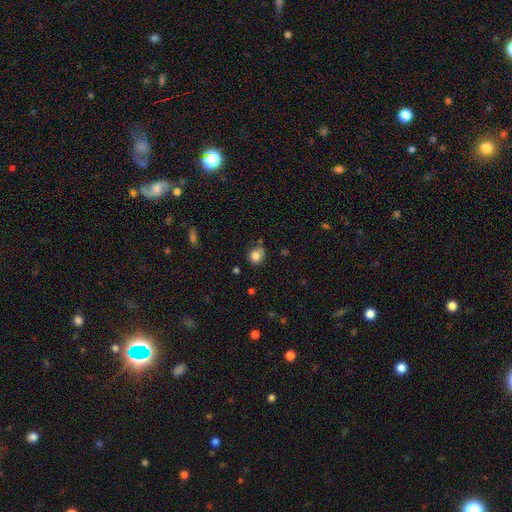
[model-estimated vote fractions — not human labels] A smooth galaxy with no disk features (82%) that is round (78%). Merging: none (68%).